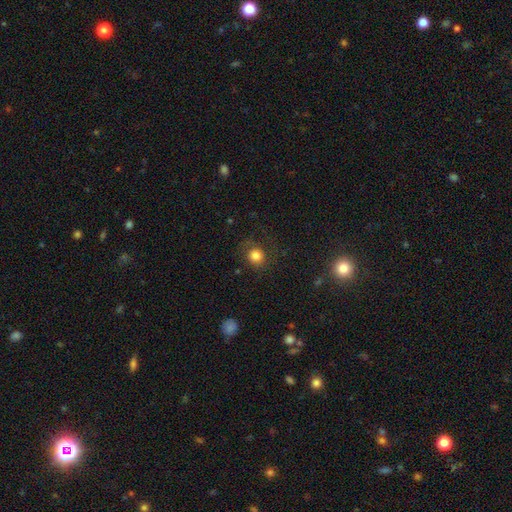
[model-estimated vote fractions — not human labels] This is likely a smooth galaxy (80%). How rounded: clearly round (86%). Merging: likely none (77%).